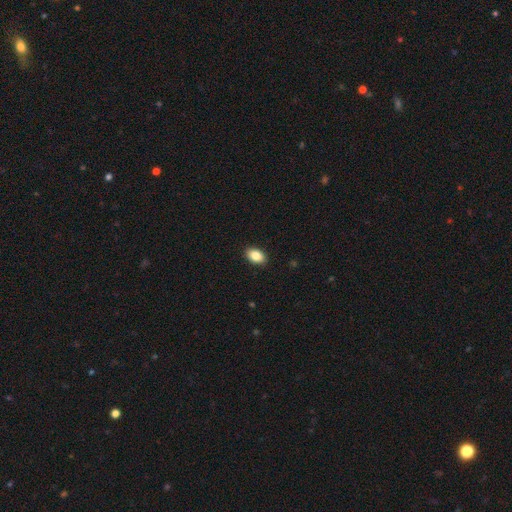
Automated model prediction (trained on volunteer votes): Smooth or featured: smooth — 86% (star or artifact — 8%)
How rounded: in between — 87% (round — 12%)
Merging: none — 90% (minor disturbance — 8%)